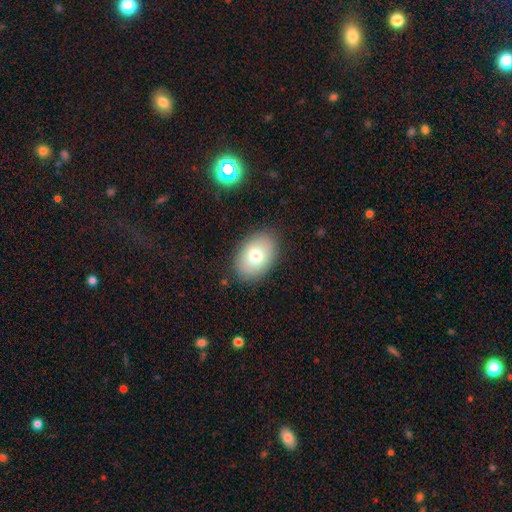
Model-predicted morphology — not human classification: Smooth or featured? smooth (75%)
How rounded? in between (81%)
Merging? none (86%)